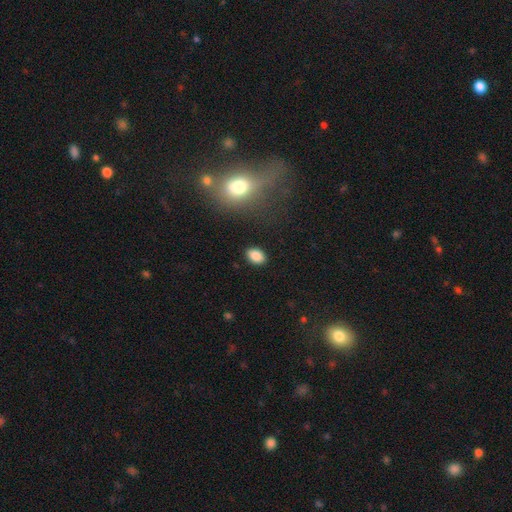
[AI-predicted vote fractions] Smooth or featured? Predicted: smooth (p=0.86). How rounded? Predicted: in between (p=0.79). Merging? Predicted: none (p=0.88).